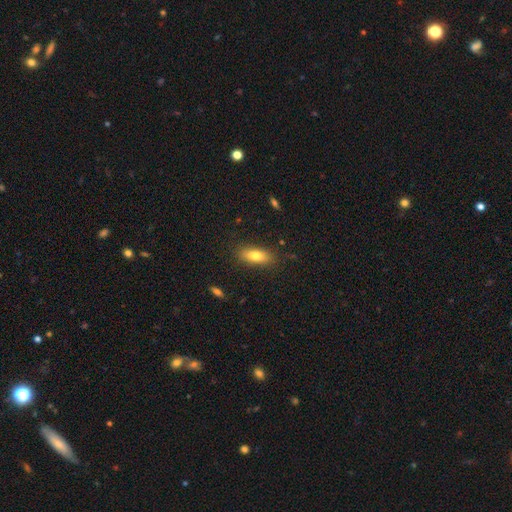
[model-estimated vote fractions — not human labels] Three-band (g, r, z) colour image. It shows a smooth galaxy with no disk features (78%) that is in between round and cigar-shaped (75%). Merging: none (84%).